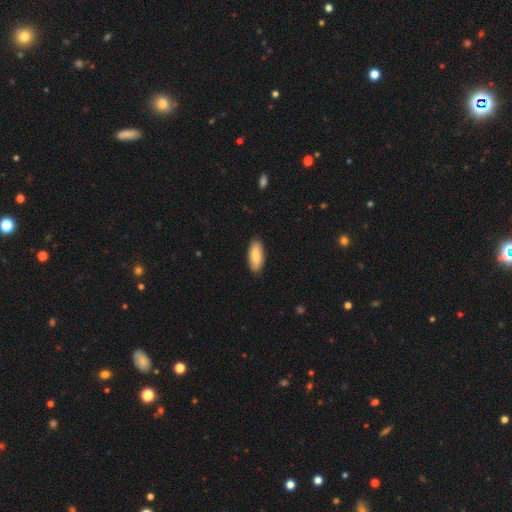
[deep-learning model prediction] This is likely a smooth galaxy (79%). How rounded: likely in between (78%). Merging: clearly none (86%).